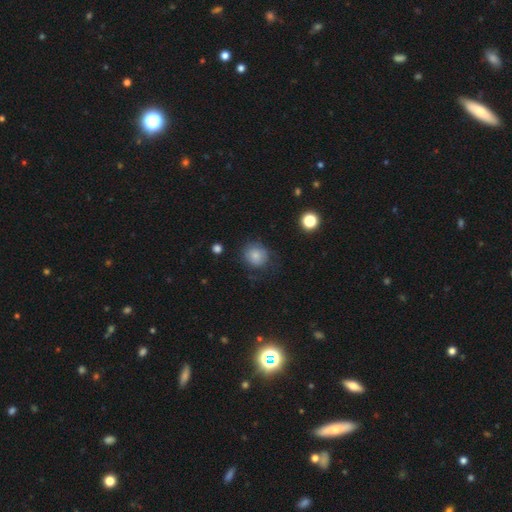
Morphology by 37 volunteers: Volunteers were most divided on "merging": none: 54%, minor disturbance: 29%, major disturbance: 17%, merger: 0%. More confident: smooth or featured — smooth (89%); how rounded — round (88%).